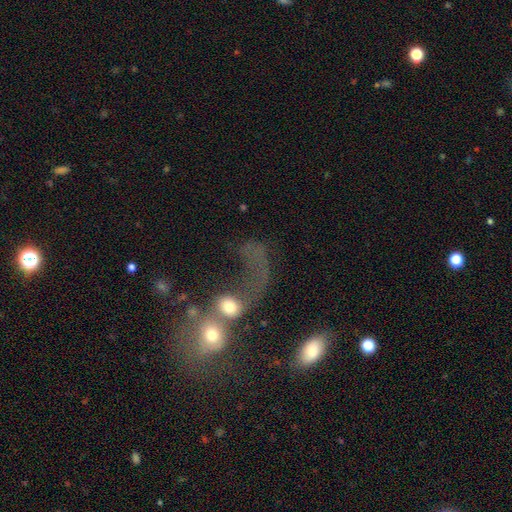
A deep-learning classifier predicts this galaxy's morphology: Smooth or featured? smooth (48%)
Merging? merger (54%)